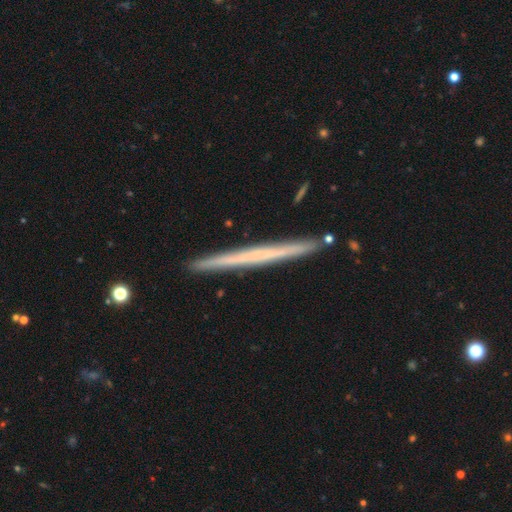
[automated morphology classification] Smooth or featured: featured or disk — 55% (smooth — 40%)
Edge-on disk: yes — 98% (no — 2%)
Edge-on bulge: none — 91% (rounded — 6%)
Merging: none — 91% (minor disturbance — 6%)